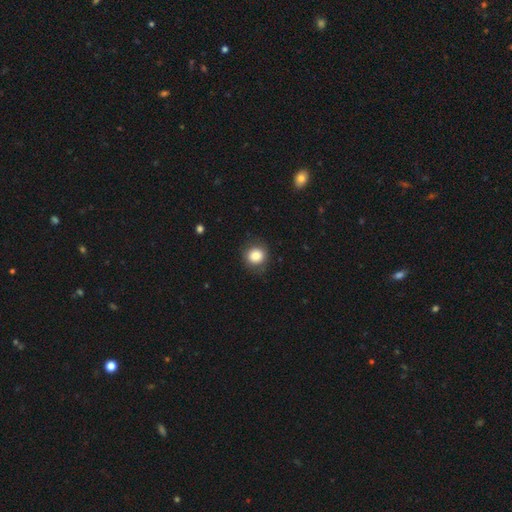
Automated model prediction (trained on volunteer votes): smooth-or-featured: smooth: 83% | star or artifact: 10% | featured or disk: 7%
  how-rounded: round: 87% | in between: 12% | cigar-shaped: 1%
  merging: none: 84% | minor disturbance: 11% | major disturbance: 3% | merger: 1%